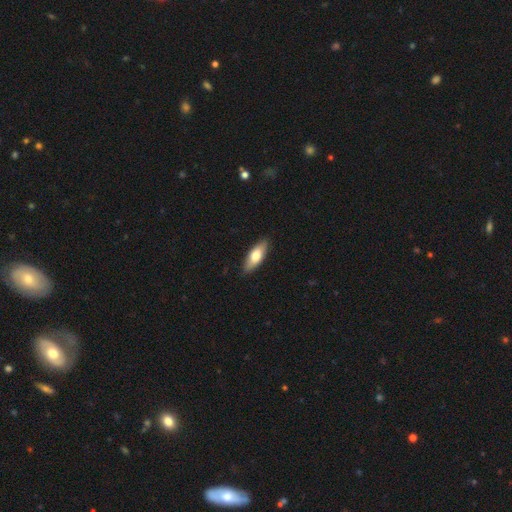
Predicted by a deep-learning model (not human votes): The model was most divided on "how rounded": in between: 69%, cigar-shaped: 29%, round: 2%. More confident: merging — none (88%); smooth or featured — smooth (71%).